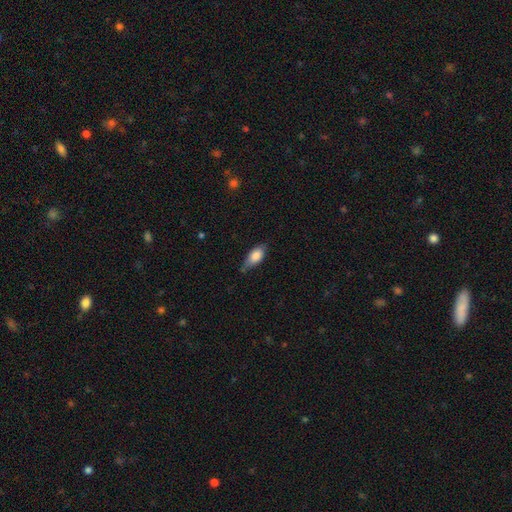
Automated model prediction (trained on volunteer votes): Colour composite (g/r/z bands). It shows a smooth galaxy with no disk features (79%) that is in between round and cigar-shaped (86%). Merging: none (55%).